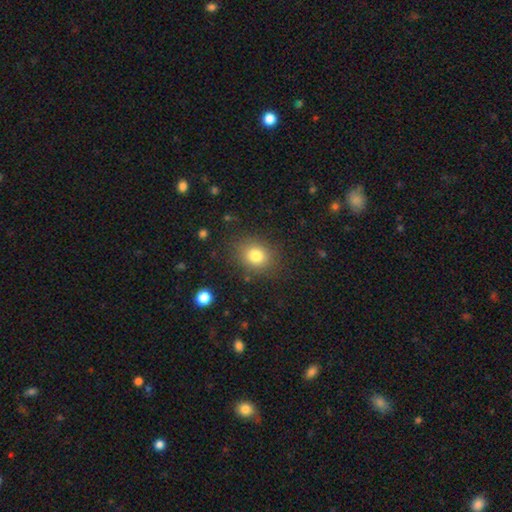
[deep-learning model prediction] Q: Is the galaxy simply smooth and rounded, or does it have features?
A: smooth — 79%.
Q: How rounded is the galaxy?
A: round — 65%.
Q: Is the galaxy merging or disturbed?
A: none — 84%.